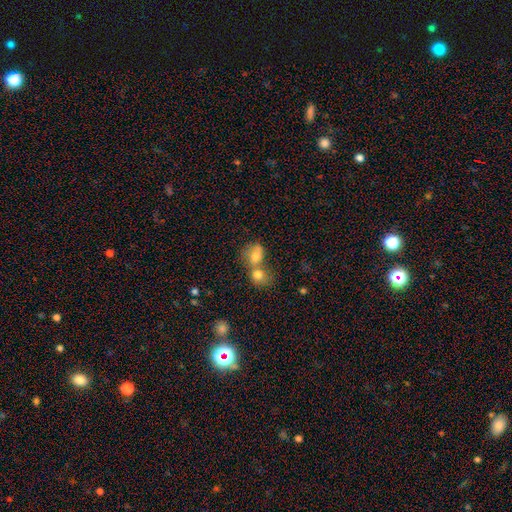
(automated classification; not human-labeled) smooth 74%, featured or disk 16%, star or artifact 10%. Down the decision tree: how rounded — round (51%); merging — merger (70%).